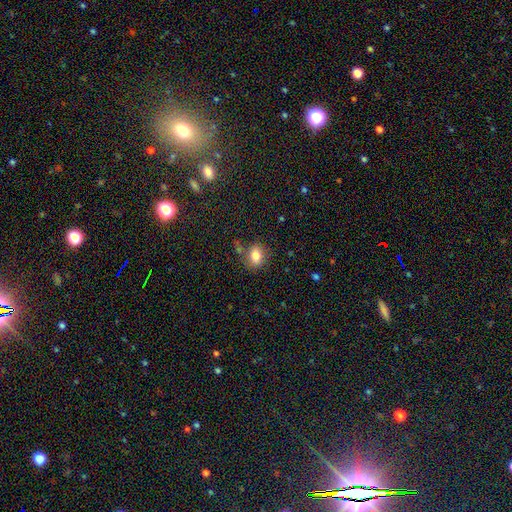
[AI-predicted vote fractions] This is clearly a smooth galaxy (80%). How rounded: possibly in between (58%). Merging: likely none (72%).